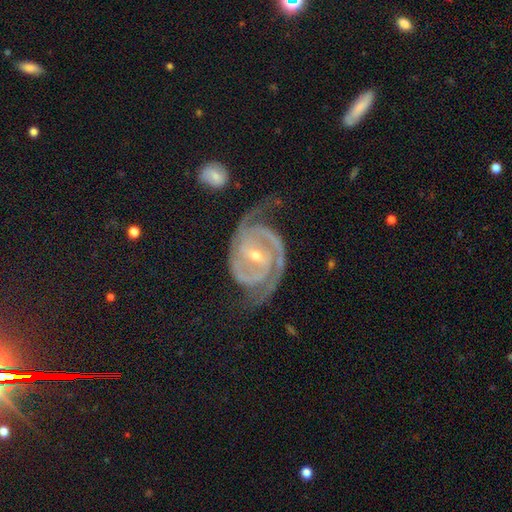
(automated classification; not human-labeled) Smooth or featured? featured or disk (93%)
Edge-on disk? no (98%)
Bar? weak (40%)
Spiral arms? yes (98%)
Spiral winding? tight (48%)
Spiral arm count? 2 (85%)
Bulge size? small (63%)
Merging? none (67%)